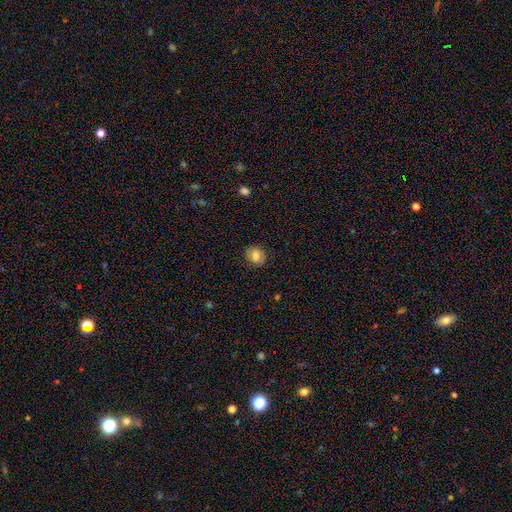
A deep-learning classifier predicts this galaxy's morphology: The model was most divided on "how rounded": round: 60%, in between: 39%, cigar-shaped: 1%. More confident: merging — none (86%); smooth or featured — smooth (79%).